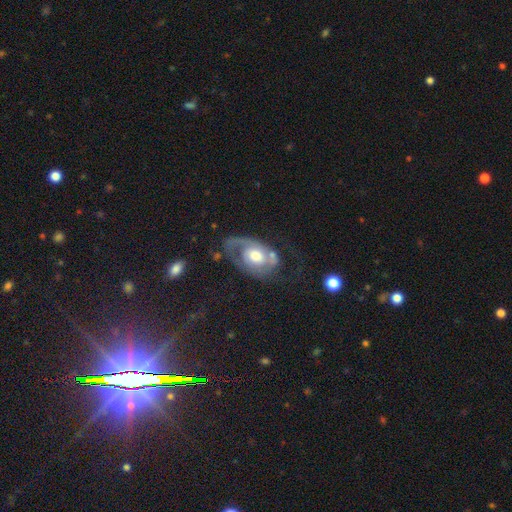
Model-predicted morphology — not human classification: Smooth or featured: featured or disk — 75% (smooth — 19%)
Edge-on disk: no — 96% (yes — 4%)
Bar: no — 76% (weak — 20%)
Spiral arms: yes — 82% (no — 18%)
Spiral winding: tight — 40% (medium — 38%)
Spiral arm count: 1 — 45% (2 — 36%)
Bulge size: moderate — 50% (large — 37%)
Merging: none — 40% (major disturbance — 31%)